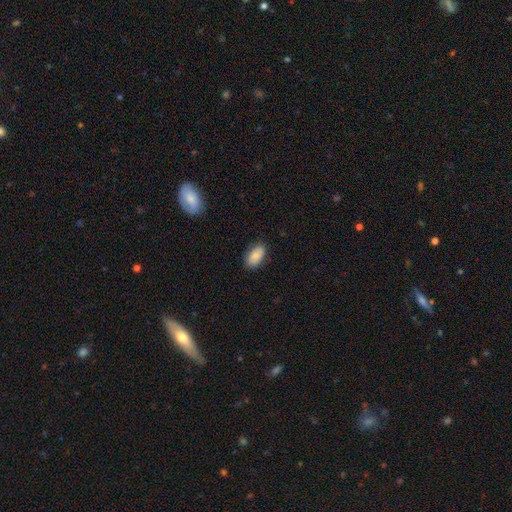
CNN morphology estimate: Smooth or featured? smooth (83%)
How rounded? in between (93%)
Merging? none (83%)